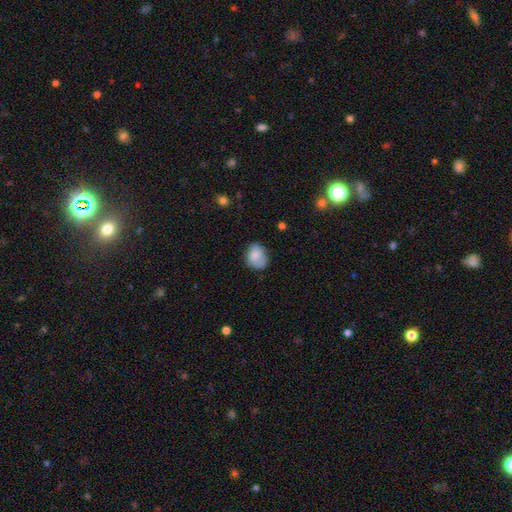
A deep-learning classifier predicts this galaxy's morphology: The model was most divided on "how rounded": in between: 58%, round: 41%, cigar-shaped: 1%. More confident: smooth or featured — smooth (81%); merging — none (63%).